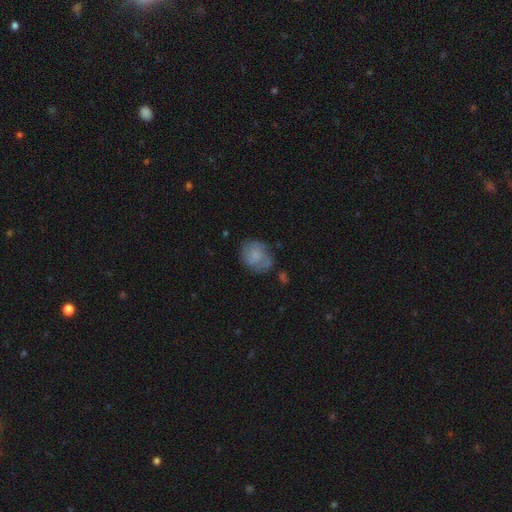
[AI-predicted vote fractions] The model was most divided on "how rounded": round: 53%, in between: 46%, cigar-shaped: 1%. More confident: smooth or featured — smooth (65%); merging — none (61%).